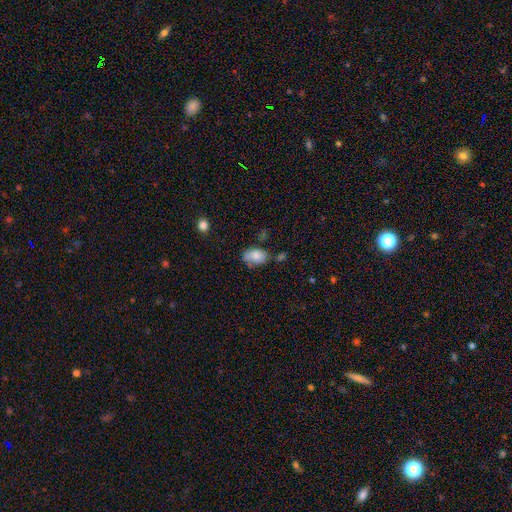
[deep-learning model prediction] Smooth or featured? smooth (79%)
How rounded? in between (86%)
Merging? none (50%)